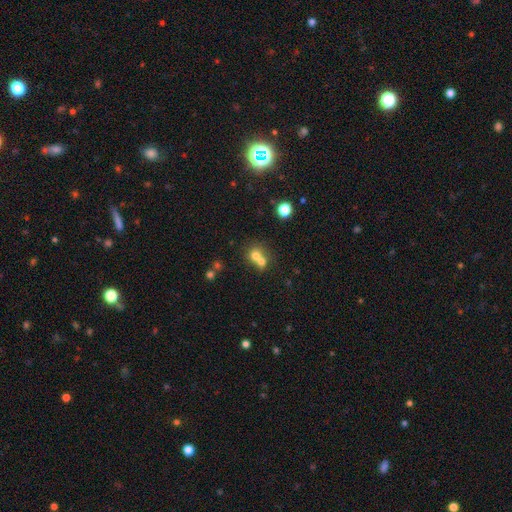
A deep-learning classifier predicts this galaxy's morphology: The model was most divided on "merging": merger: 61%, none: 31%, minor disturbance: 5%, major disturbance: 3%. More confident: how rounded — round (78%); smooth or featured — smooth (69%).